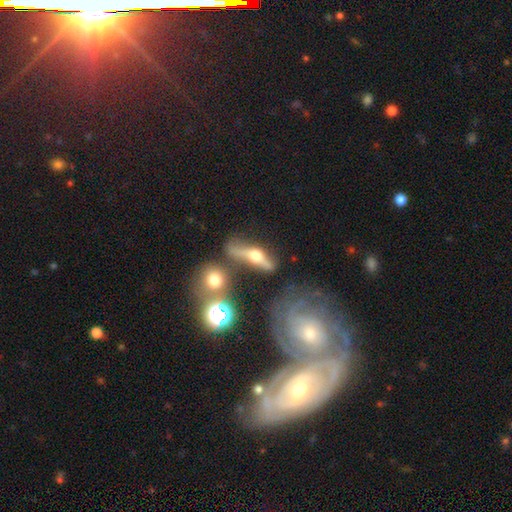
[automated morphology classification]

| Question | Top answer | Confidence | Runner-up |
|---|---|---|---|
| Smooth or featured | featured or disk | 63% | smooth (26%) |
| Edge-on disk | yes | 75% | no (25%) |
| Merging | none | 50% | minor disturbance (19%) |